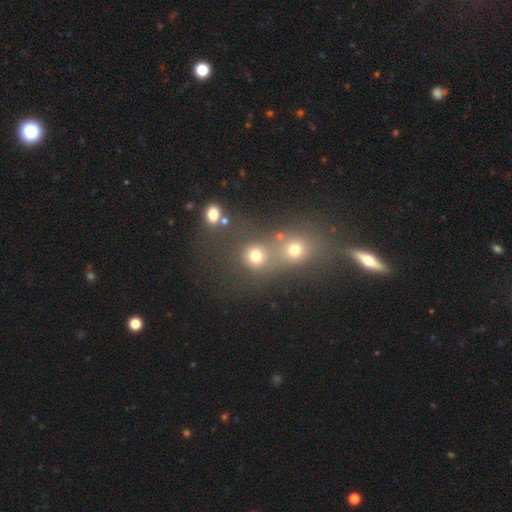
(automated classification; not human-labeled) Smooth or featured? Predicted: smooth (p=0.74). How rounded? Predicted: round (p=0.82). Merging? Predicted: none (p=0.44, tied with merger).